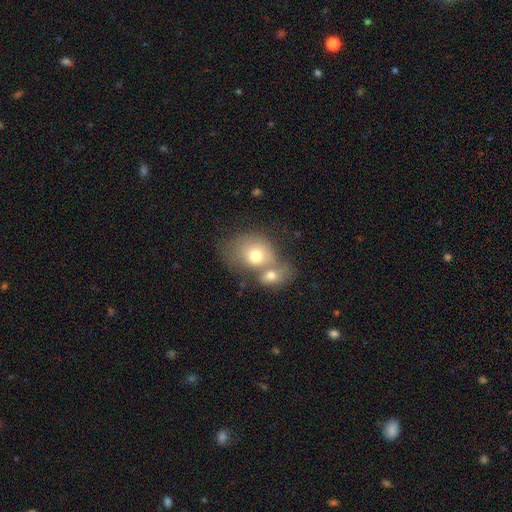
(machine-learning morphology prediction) Smooth or featured: smooth — 69% (featured or disk — 22%)
How rounded: in between — 51% (round — 48%)
Merging: merger — 63% (none — 22%)